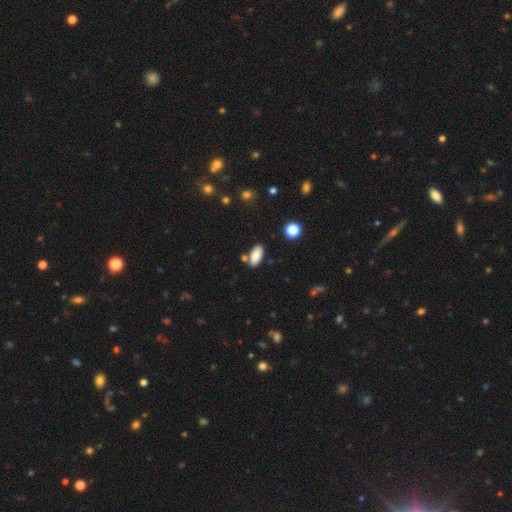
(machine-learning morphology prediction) This is clearly a smooth galaxy (86%). How rounded: clearly in between (90%). Merging: likely none (77%).